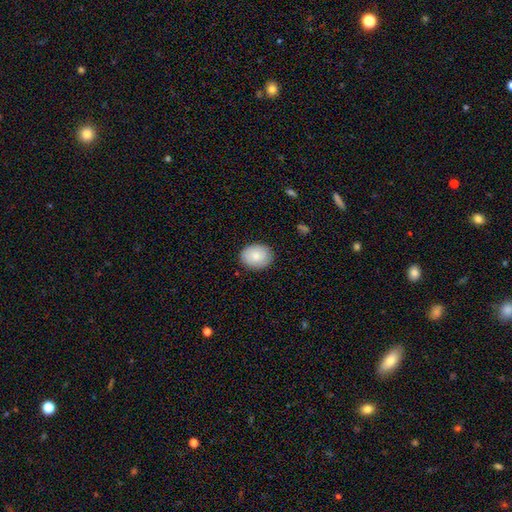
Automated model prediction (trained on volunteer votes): A smooth galaxy with no disk features (83%) that is in between round and cigar-shaped (52%).

Vote fractions:
- Smooth or featured? smooth: 83% / featured or disk: 10% / star or artifact: 7%
- How rounded? in between: 52% / round: 47% / cigar-shaped: 1%
- Merging? none: 87% / minor disturbance: 10% / major disturbance: 2% / merger: 1%